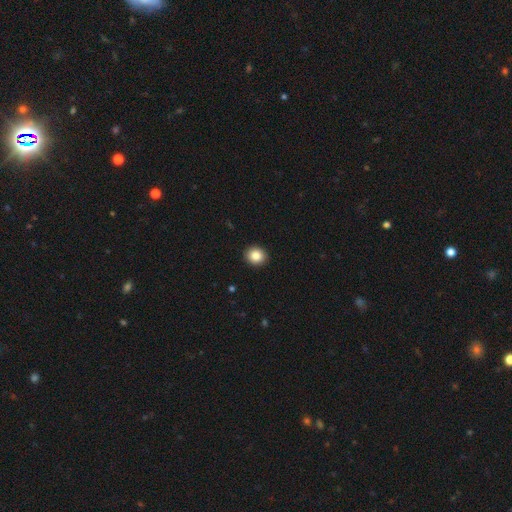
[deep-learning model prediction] This is clearly a smooth galaxy (86%). How rounded: clearly round (81%). Merging: clearly none (93%).